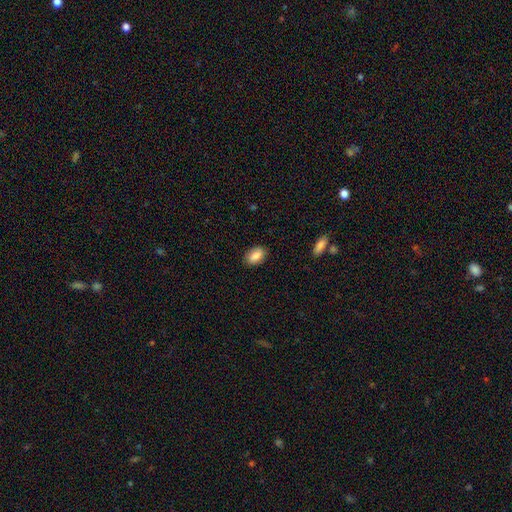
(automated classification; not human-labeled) Smooth or featured: smooth — 87% (star or artifact — 7%)
How rounded: in between — 89% (round — 10%)
Merging: none — 87% (minor disturbance — 10%)